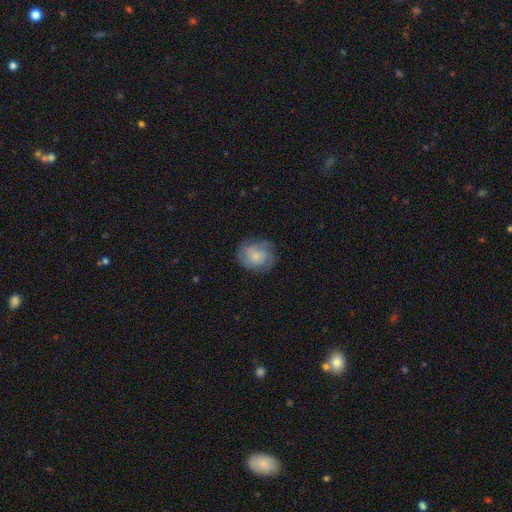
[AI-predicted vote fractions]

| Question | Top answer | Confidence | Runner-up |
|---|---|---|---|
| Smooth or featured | smooth | 63% | featured or disk (29%) |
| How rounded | round | 70% | in between (30%) |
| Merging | none | 68% | minor disturbance (22%) |